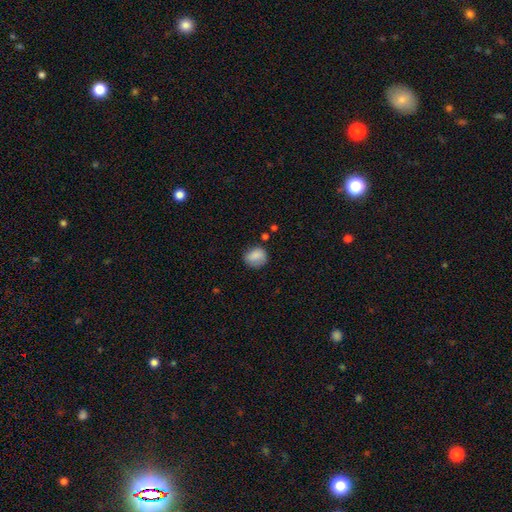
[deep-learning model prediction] Smooth or featured: smooth — 83% (featured or disk — 9%)
How rounded: round — 67% (in between — 32%)
Merging: none — 66% (minor disturbance — 25%)